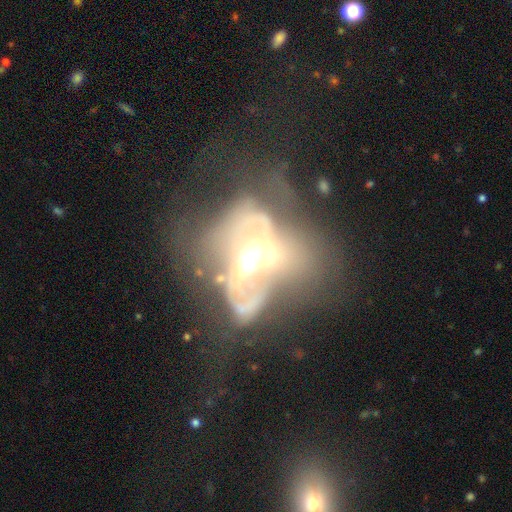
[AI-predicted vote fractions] A featured or disk galaxy (72%) with no bar (56%), no spiral arms (50%, tied with yes) and a moderate central bulge (58%).

Vote fractions:
- Smooth or featured? featured or disk: 72% / smooth: 18% / star or artifact: 11%
- Edge-on disk? no: 94% / yes: 6%
- Bar? no: 56% / weak: 29% / strong: 16%
- Spiral arms? no: 50% (tied) / yes: 50% (tied)
- Bulge size? moderate: 58% / large: 19% / small: 14% / none: 6% / dominant: 3%
- Merging? merger: 50% / major disturbance: 31% / none: 11% / minor disturbance: 8%